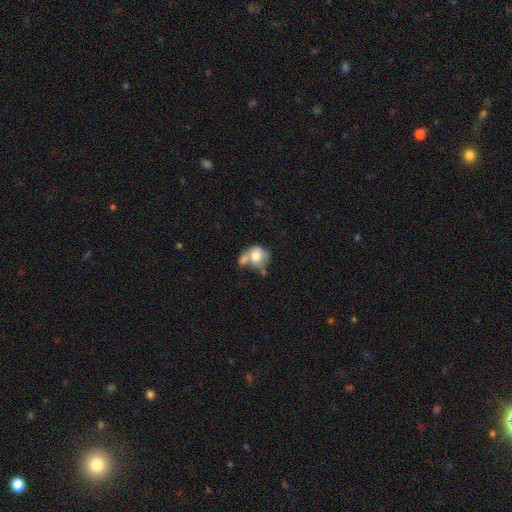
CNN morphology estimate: Smooth or featured? Predicted: smooth (p=0.69). How rounded? Predicted: round (p=0.56). Merging? Predicted: merger (p=0.50).